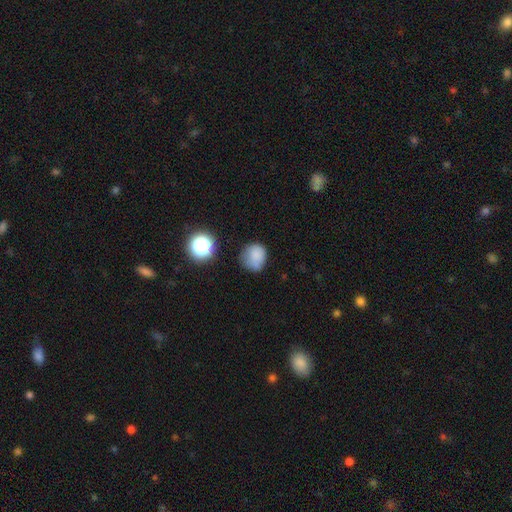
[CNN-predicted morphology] smooth-or-featured: smooth: 79% | star or artifact: 13% | featured or disk: 9%
  how-rounded: round: 79% | in between: 20% | cigar-shaped: 1%
  merging: none: 57% | minor disturbance: 29% | major disturbance: 10% | merger: 4%